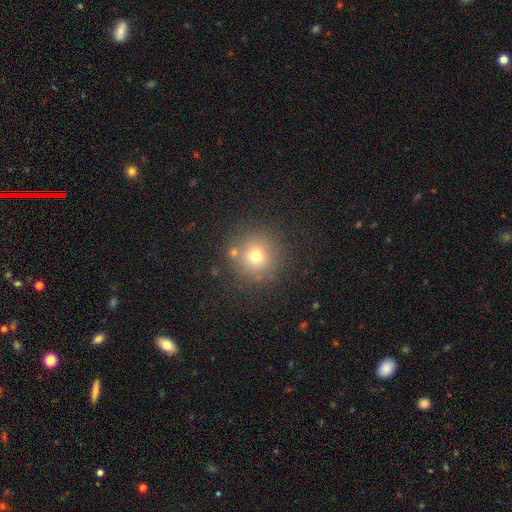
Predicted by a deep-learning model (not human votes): Smooth or featured? Predicted: smooth (p=0.71). How rounded? Predicted: round (p=0.94). Merging? Predicted: none (p=0.82).